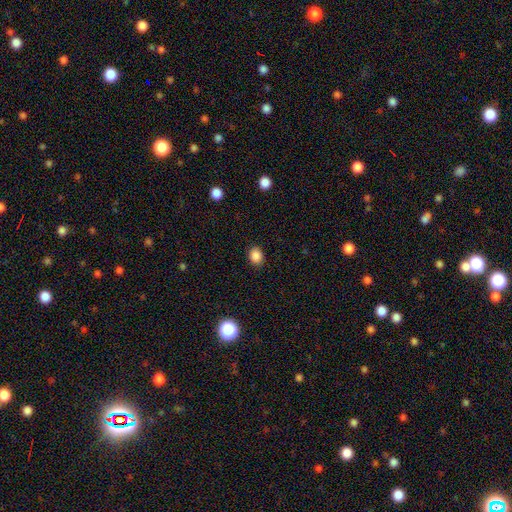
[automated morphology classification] smooth 86%, star or artifact 10%, featured or disk 3%. Down the decision tree: how rounded — round (50%); merging — none (89%).